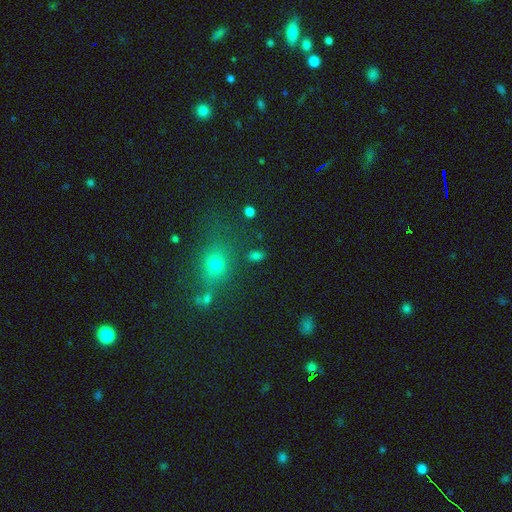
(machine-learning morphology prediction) Q: Smooth or featured?
A: smooth (76%); runner-up: star or artifact (18%)
Q: How rounded?
A: in between (76%); runner-up: round (21%)
Q: Merging?
A: none (77%); runner-up: minor disturbance (11%)